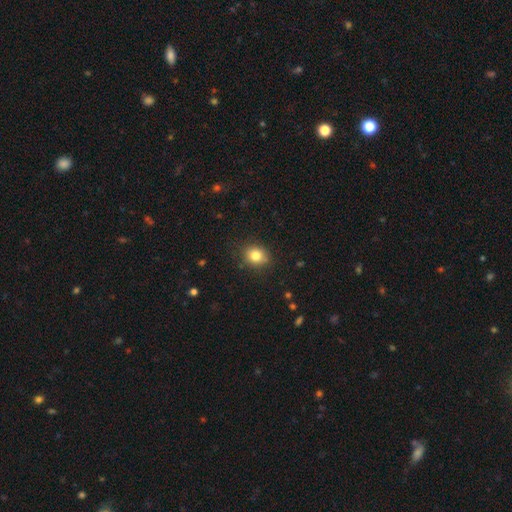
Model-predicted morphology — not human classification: A smooth galaxy with no disk features (82%) that is round (62%).

Vote fractions:
- Smooth or featured? smooth: 82% / star or artifact: 10% / featured or disk: 8%
- How rounded? round: 62% / in between: 37% / cigar-shaped: 1%
- Merging? none: 85% / minor disturbance: 11% / major disturbance: 3% / merger: 1%